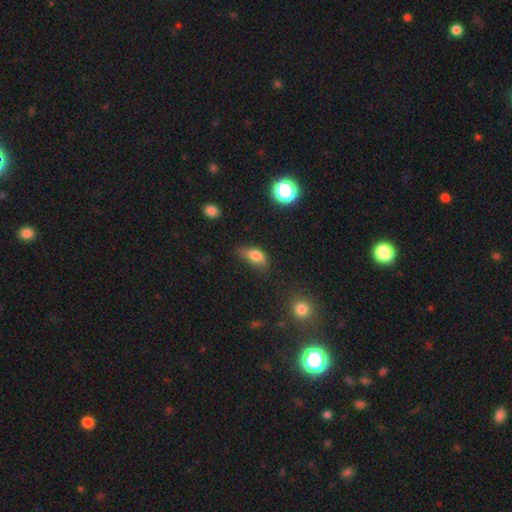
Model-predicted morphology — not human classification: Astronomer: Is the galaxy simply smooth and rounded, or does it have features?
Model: smooth — 77%.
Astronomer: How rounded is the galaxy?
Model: in between — 85%.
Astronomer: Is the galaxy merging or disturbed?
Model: none — 48% (runner-up: minor disturbance, 36%).